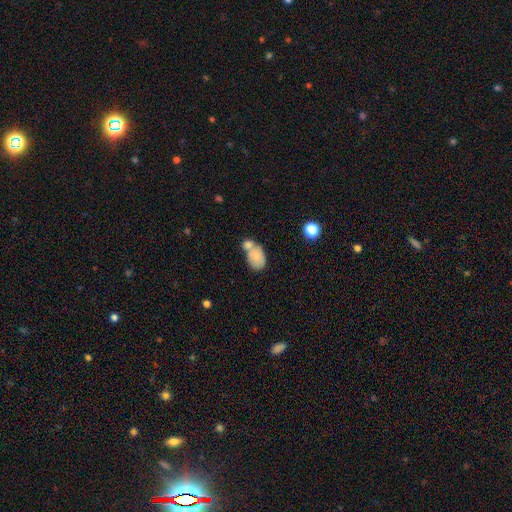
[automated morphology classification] Q: Smooth or featured?
A: smooth (77%); runner-up: featured or disk (15%)
Q: How rounded?
A: in between (85%); runner-up: round (14%)
Q: Merging?
A: merger (50%); runner-up: none (29%)